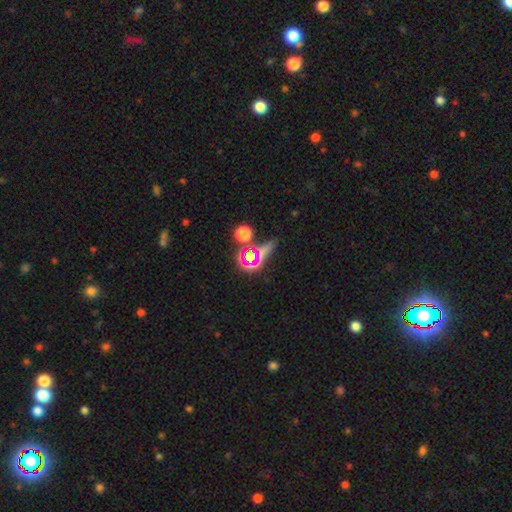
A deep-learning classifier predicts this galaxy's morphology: smooth_or_featured: star or artifact (p=0.51) [alt: smooth p=0.35]